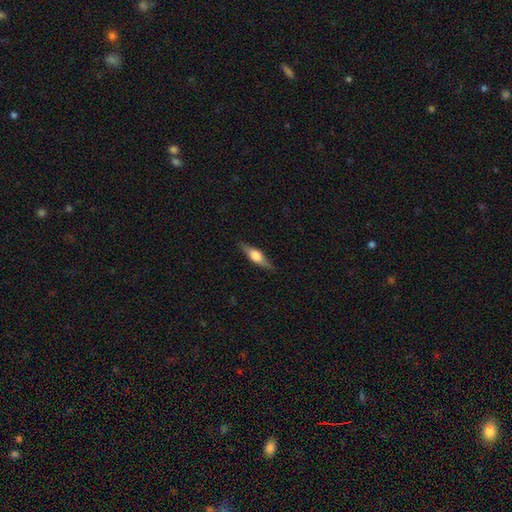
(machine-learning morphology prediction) smooth_or_featured: featured or disk (p=0.60) [alt: smooth p=0.33]
disk_edge_on: yes (p=0.96) [alt: no p=0.04]
edge_on_bulge: rounded (p=0.90) [alt: boxy p=0.08]
merging: none (p=0.87) [alt: minor disturbance p=0.10]